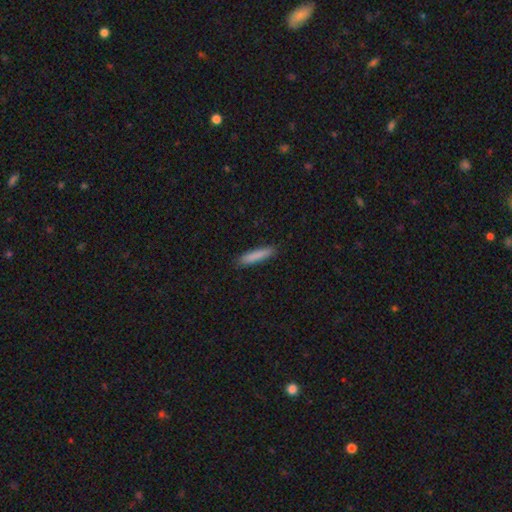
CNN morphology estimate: smooth 85%, featured or disk 9%, star or artifact 6%. Down the decision tree: how rounded — cigar-shaped (89%); merging — none (90%).